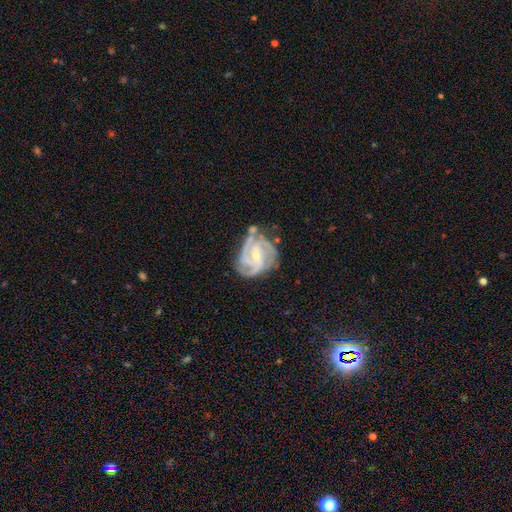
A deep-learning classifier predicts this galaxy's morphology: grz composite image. It shows a featured or disk galaxy (91%) with a weak bar (47%), 3 (55%) tight (54%) spiral arms (98%) and a small central bulge (60%). Merging: none (59%).